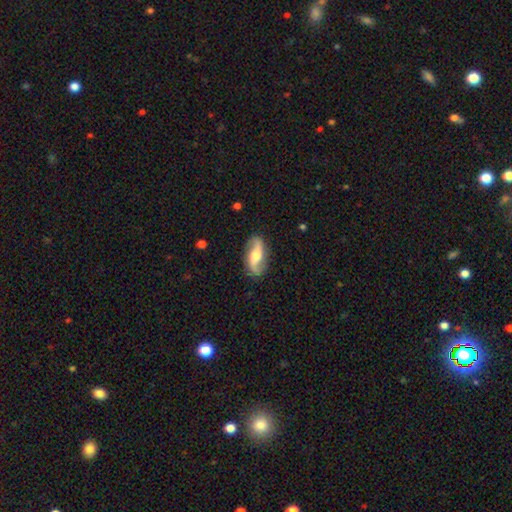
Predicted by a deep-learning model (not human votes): This is likely a featured or disk galaxy (78%). It is clearly not viewed edge-on (92%). Bar: possibly no (45%). Spiral arm pattern: clearly yes (93%). Spiral arm count: clearly 2 (93%). Spiral winding: likely loose (72%). Central bulge: likely moderate (68%). Merging: clearly none (85%).